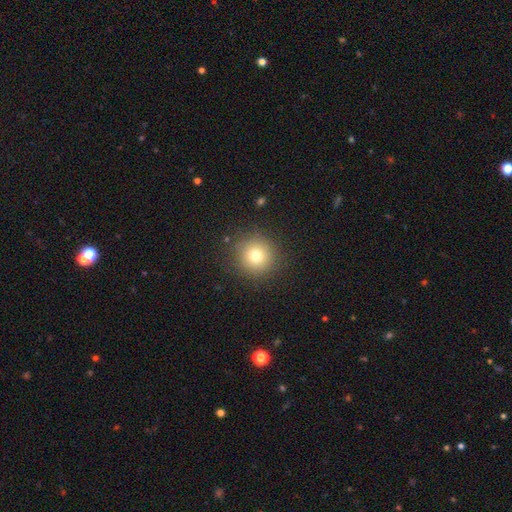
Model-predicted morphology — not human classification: Smooth or featured? smooth (76%)
How rounded? round (95%)
Merging? none (89%)